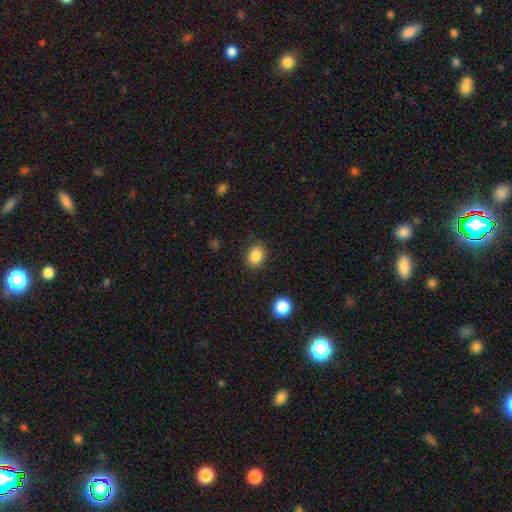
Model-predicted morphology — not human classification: This appears to be a smooth galaxy with no disk features (86%) that is in between round and cigar-shaped (52%). Merging: none (86%).